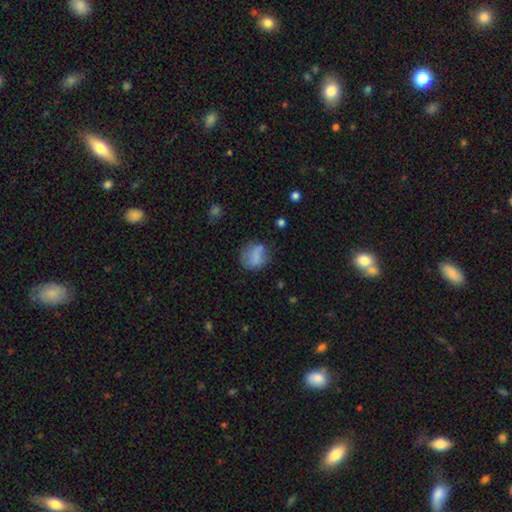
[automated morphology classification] A smooth galaxy with no disk features (74%) that is round (59%). Merging: none (59%).